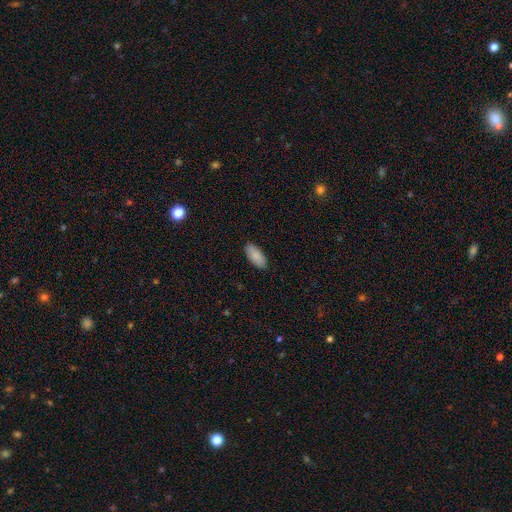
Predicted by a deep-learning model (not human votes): smooth_or_featured: smooth (p=0.89) [alt: star or artifact p=0.06]
how_rounded: in between (p=0.90) [alt: cigar-shaped p=0.08]
merging: none (p=0.88) [alt: minor disturbance p=0.09]